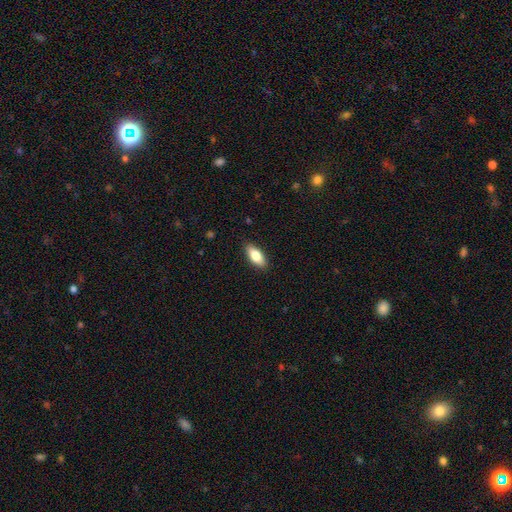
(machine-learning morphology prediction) The model was most divided on "how rounded": in between: 82%, cigar-shaped: 16%, round: 2%. More confident: merging — none (89%); smooth or featured — smooth (80%).